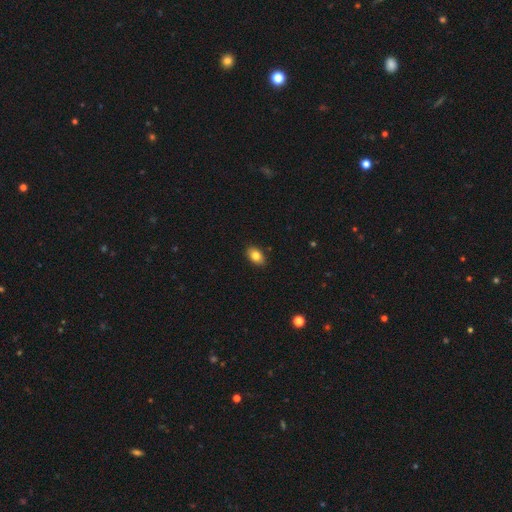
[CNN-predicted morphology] Smooth or featured: smooth — 83% (star or artifact — 9%)
How rounded: in between — 85% (round — 14%)
Merging: none — 88% (minor disturbance — 9%)